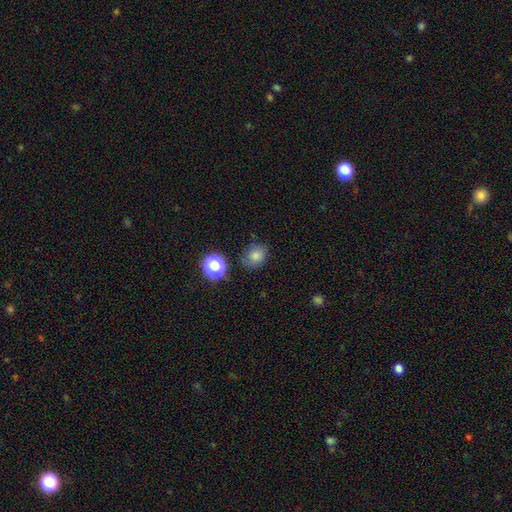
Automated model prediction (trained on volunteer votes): Smooth or featured?
  - smooth: 79% *
  - star or artifact: 14%
  - featured or disk: 7%
How rounded?
  - round: 59% *
  - in between: 40%
  - cigar-shaped: 1%
Merging?
  - none: 76% *
  - minor disturbance: 17%
  - major disturbance: 4%
  - merger: 3%